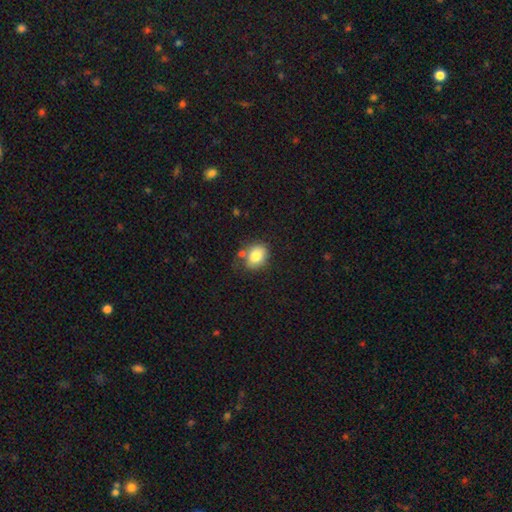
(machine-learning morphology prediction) Overall: smooth (81%). How rounded: in between (51%; round 48%). Merging: none (63%).